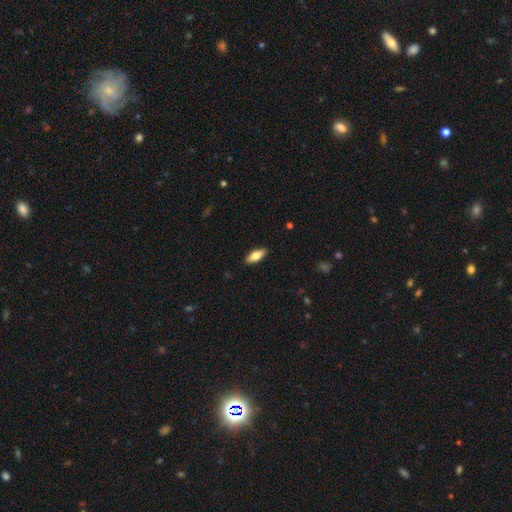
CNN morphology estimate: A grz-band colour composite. It shows a smooth galaxy with no disk features (67%) that is in between round and cigar-shaped (73%). Merging: none (89%).